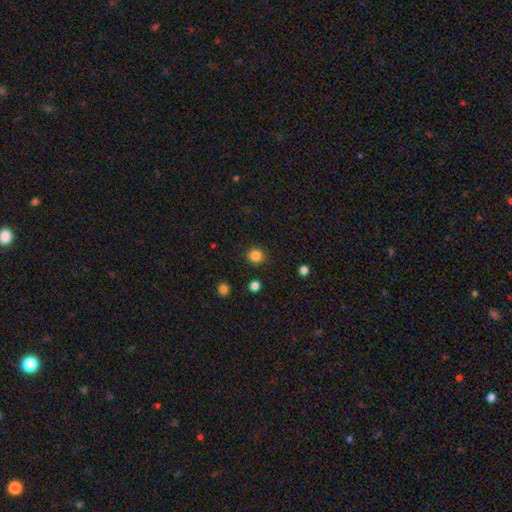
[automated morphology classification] smooth_or_featured: smooth (p=0.85) [alt: star or artifact p=0.12]
how_rounded: round (p=0.92) [alt: in between p=0.07]
merging: none (p=0.90) [alt: minor disturbance p=0.06]